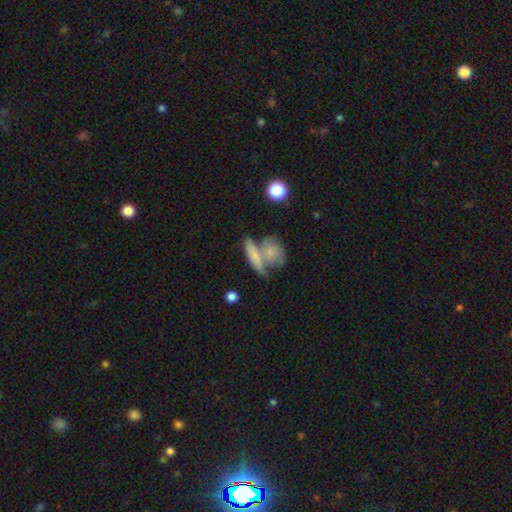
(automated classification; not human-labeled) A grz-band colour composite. It shows a smooth galaxy with no disk features (59%) that is cigar-shaped (41%). Merging: merger (44%).